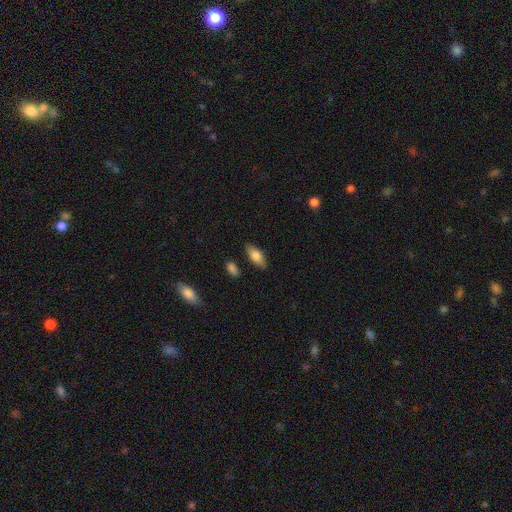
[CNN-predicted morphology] smooth-or-featured: smooth: 77% | featured or disk: 16% | star or artifact: 6%
  how-rounded: in between: 82% | cigar-shaped: 15% | round: 3%
  merging: none: 83% | minor disturbance: 12% | merger: 3% | major disturbance: 3%